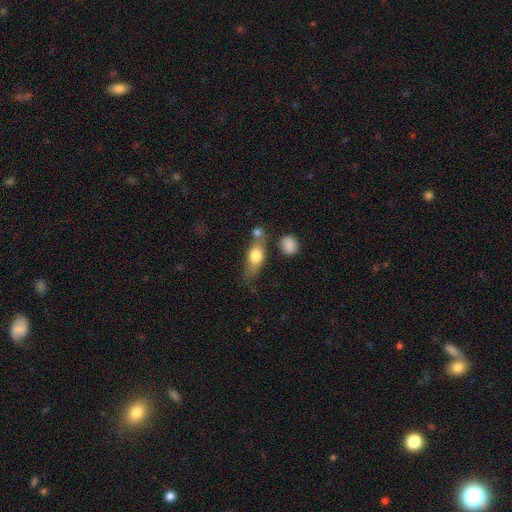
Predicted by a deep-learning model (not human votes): Smooth or featured? Predicted: smooth (p=0.71). How rounded? Predicted: in between (p=0.65). Merging? Predicted: none (p=0.48).